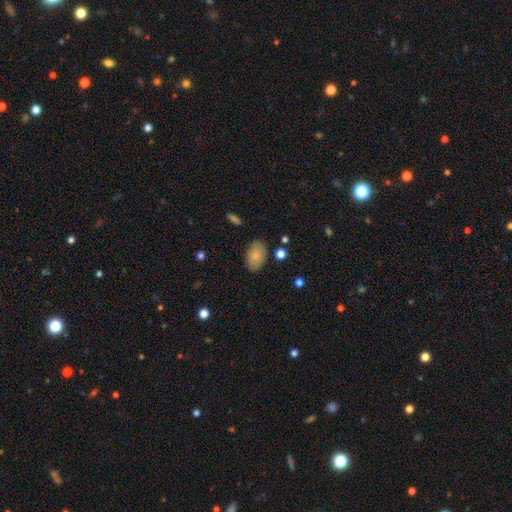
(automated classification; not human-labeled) Smooth or featured: smooth — 85% (featured or disk — 8%)
How rounded: in between — 91% (round — 7%)
Merging: none — 83% (minor disturbance — 12%)